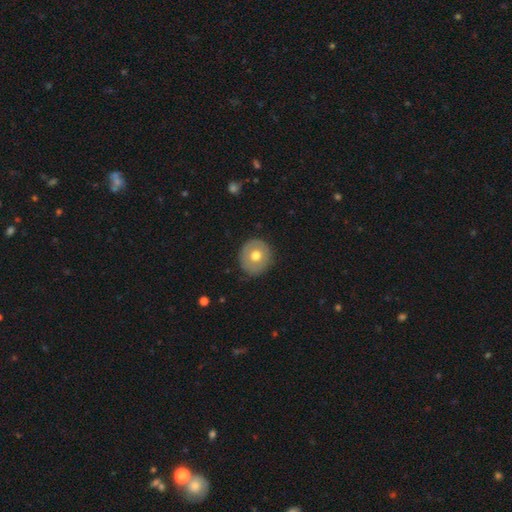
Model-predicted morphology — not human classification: A smooth galaxy with no disk features (61%) that is round (88%). Merging: none (84%).